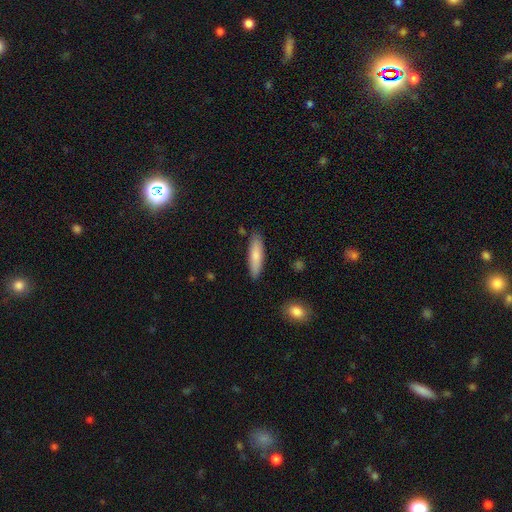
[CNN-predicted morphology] smooth_or_featured: smooth (p=0.80) [alt: featured or disk p=0.15]
how_rounded: cigar-shaped (p=0.68) [alt: in between p=0.31]
merging: none (p=0.86) [alt: minor disturbance p=0.10]